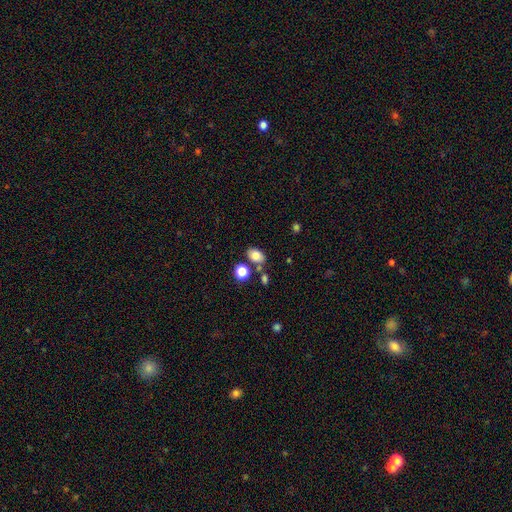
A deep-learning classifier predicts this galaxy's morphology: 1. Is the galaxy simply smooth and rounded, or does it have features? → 79% smooth, 11% star or artifact, 10% featured or disk.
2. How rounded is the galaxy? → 76% in between, 23% round, 1% cigar-shaped.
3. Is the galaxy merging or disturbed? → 71% none, 13% merger, 13% minor disturbance, 4% major disturbance.